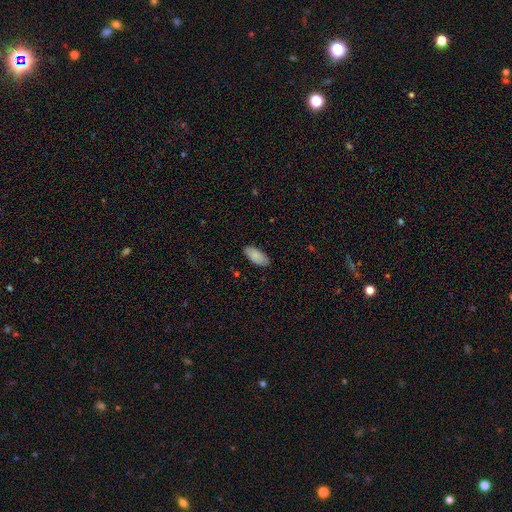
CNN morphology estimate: smooth_or_featured: smooth (p=0.88) [alt: star or artifact p=0.06]
how_rounded: in between (p=0.90) [alt: cigar-shaped p=0.09]
merging: none (p=0.86) [alt: minor disturbance p=0.11]